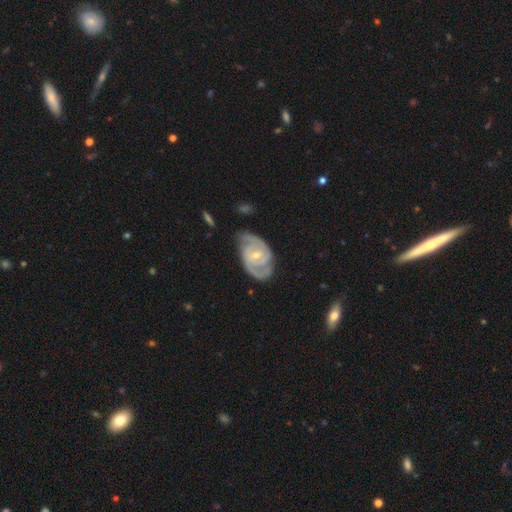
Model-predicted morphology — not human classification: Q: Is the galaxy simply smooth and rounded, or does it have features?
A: featured or disk — 88%.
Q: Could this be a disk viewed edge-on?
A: no — 97%.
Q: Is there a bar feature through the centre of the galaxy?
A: weak — 44%, tied with no.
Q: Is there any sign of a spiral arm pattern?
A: yes — 96%.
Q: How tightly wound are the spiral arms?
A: tight — 51%.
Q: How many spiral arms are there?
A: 2 — 79%.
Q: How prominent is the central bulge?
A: small — 56%.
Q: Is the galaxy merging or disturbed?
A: none — 72%.